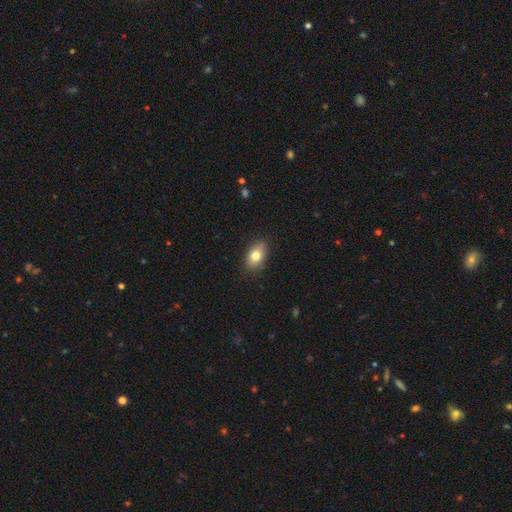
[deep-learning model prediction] The model was most divided on "smooth or featured": smooth: 80%, featured or disk: 12%, star or artifact: 8%. More confident: how rounded — in between (85%); merging — none (84%).